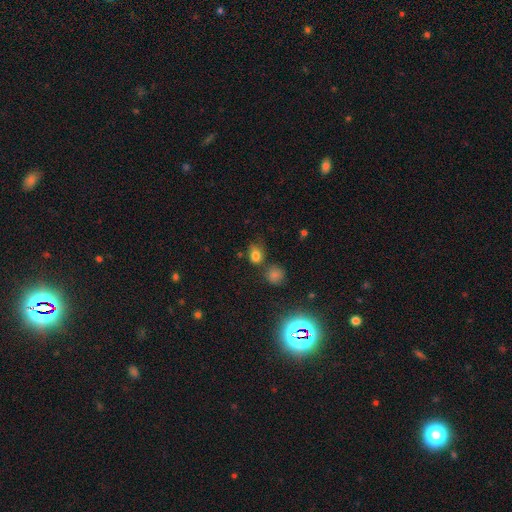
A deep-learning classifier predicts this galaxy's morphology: Smooth or featured? smooth (76%)
How rounded? in between (57%)
Merging? none (60%)